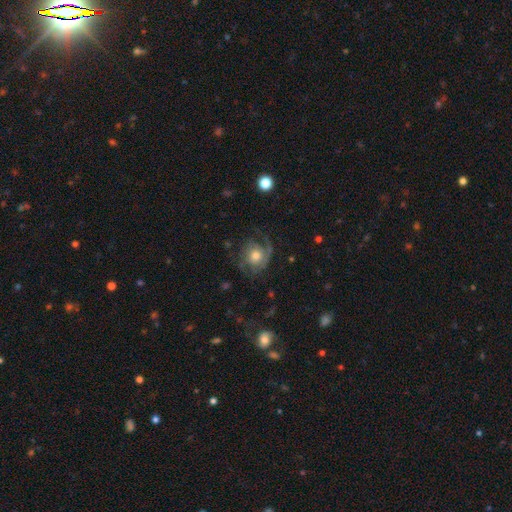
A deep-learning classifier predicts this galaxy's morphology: Smooth or featured? featured or disk (76%)
Edge-on disk? no (98%)
Bar? no (76%)
Spiral arms? yes (93%)
Spiral winding? medium (43%)
Spiral arm count? 2 (50%)
Bulge size? moderate (62%)
Merging? none (63%)